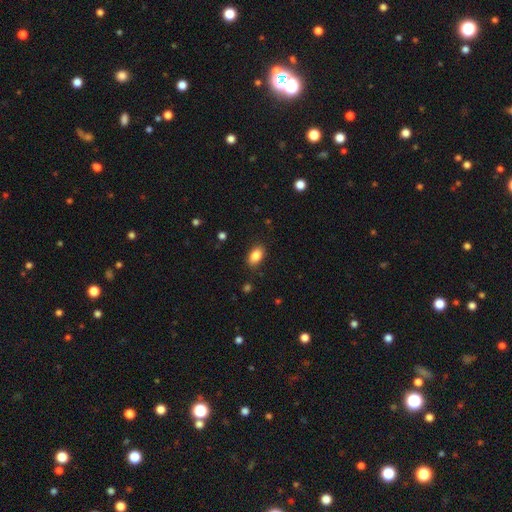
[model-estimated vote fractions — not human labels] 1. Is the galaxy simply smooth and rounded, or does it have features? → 85% smooth, 8% star or artifact, 7% featured or disk.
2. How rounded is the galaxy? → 89% in between, 8% round, 3% cigar-shaped.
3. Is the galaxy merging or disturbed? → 86% none, 10% minor disturbance, 2% major disturbance, 1% merger.